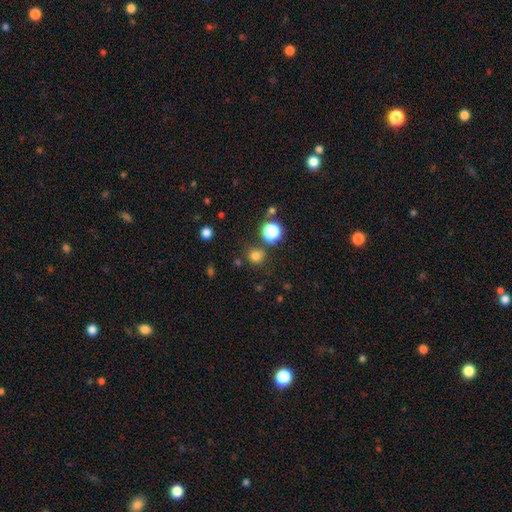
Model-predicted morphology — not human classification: Overall: smooth (76%). How rounded: round (91%). Merging: none (81%).